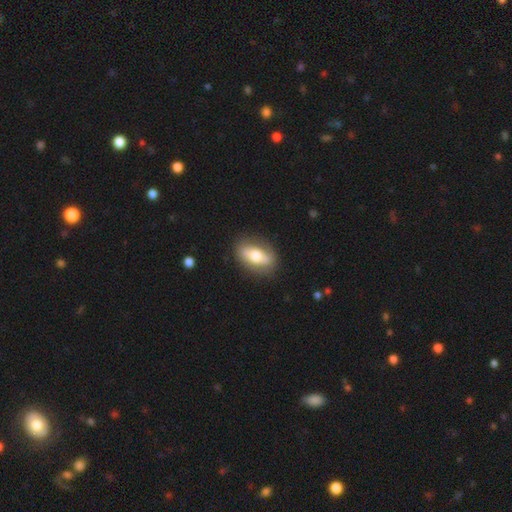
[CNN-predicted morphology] Overall: smooth (59%; featured or disk 35%). How rounded: in between (84%). Merging: none (82%).